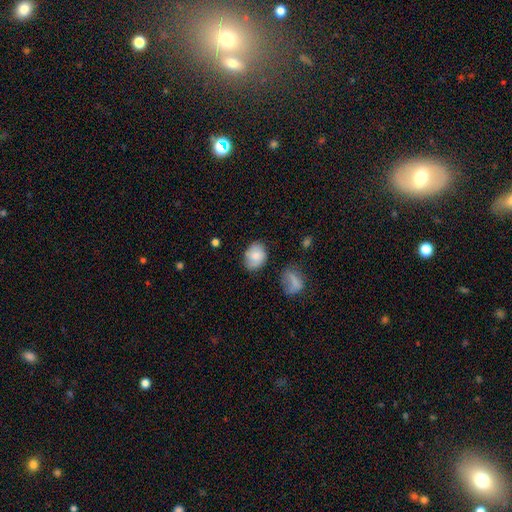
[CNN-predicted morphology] Smooth or featured?
  - smooth: 82% *
  - featured or disk: 11%
  - star or artifact: 7%
How rounded?
  - in between: 64% *
  - round: 35%
  - cigar-shaped: 1%
Merging?
  - none: 72% *
  - minor disturbance: 20%
  - major disturbance: 5%
  - merger: 4%